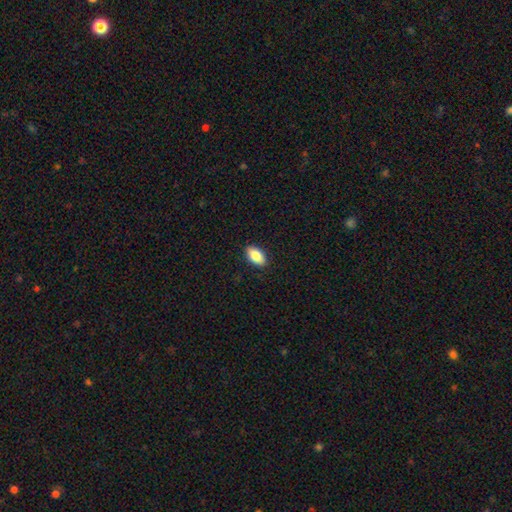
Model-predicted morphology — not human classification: Smooth or featured? smooth (86%)
How rounded? in between (93%)
Merging? none (90%)